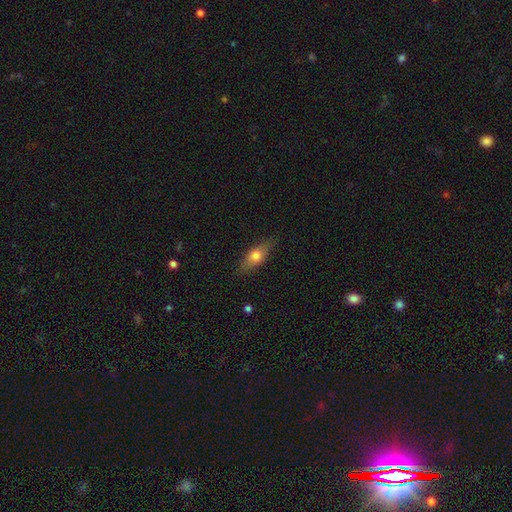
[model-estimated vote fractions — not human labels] The model was most divided on "smooth or featured": smooth: 63%, featured or disk: 29%, star or artifact: 8%. More confident: merging — none (84%); how rounded — in between (65%).